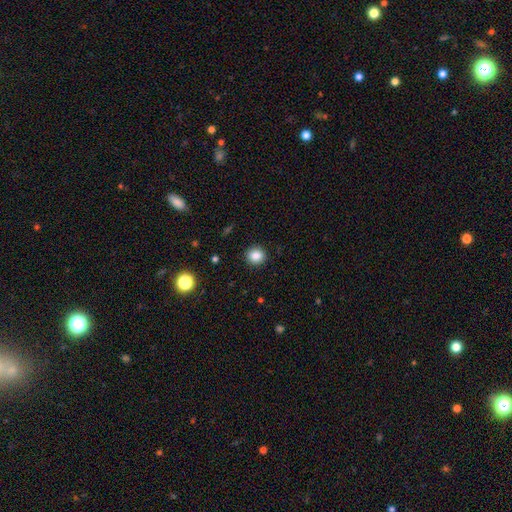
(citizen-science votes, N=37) This appears to be a smooth galaxy with no disk features (92%) that is round (85%). Merging: none (80%).